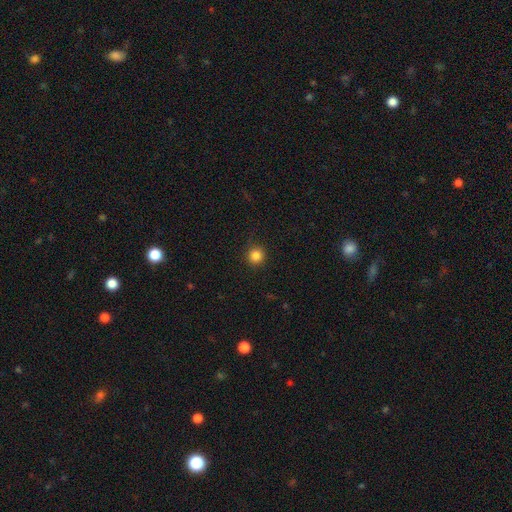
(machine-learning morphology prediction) This appears to be a smooth galaxy with no disk features (84%) that is round (94%). Merging: none (90%).